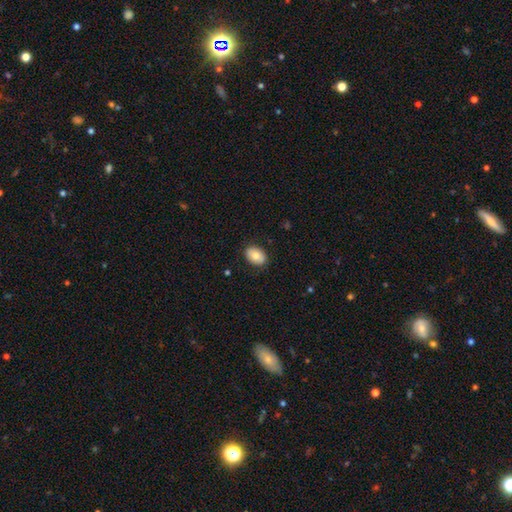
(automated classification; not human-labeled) Smooth or featured?
  - smooth: 80% *
  - featured or disk: 13%
  - star or artifact: 7%
How rounded?
  - in between: 81% *
  - round: 18%
  - cigar-shaped: 1%
Merging?
  - none: 87% *
  - minor disturbance: 10%
  - major disturbance: 2%
  - merger: 1%